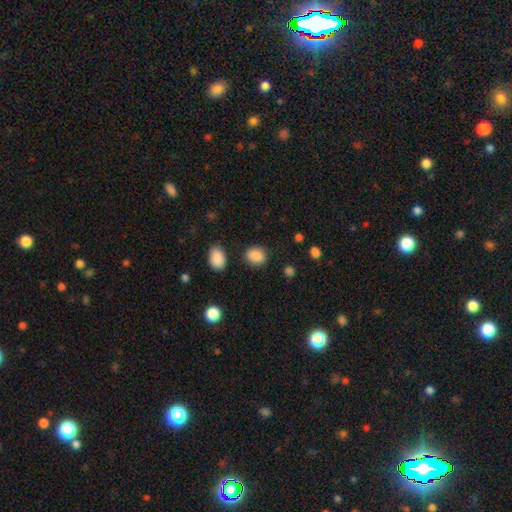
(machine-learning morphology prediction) Q: Smooth or featured?
A: smooth (88%); runner-up: star or artifact (9%)
Q: How rounded?
A: in between (50%); runner-up: round (49%)
Q: Merging?
A: none (85%); runner-up: minor disturbance (9%)